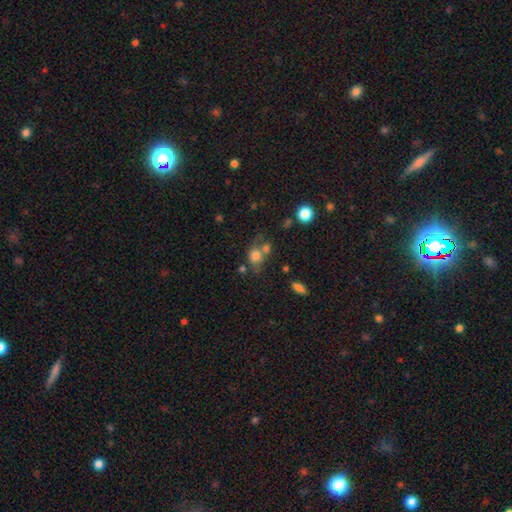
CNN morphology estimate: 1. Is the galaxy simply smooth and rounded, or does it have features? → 73% smooth, 14% featured or disk, 12% star or artifact.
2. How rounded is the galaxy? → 65% round, 33% in between, 2% cigar-shaped.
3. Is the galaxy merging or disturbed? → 40% none, 37% merger, 15% minor disturbance, 8% major disturbance.